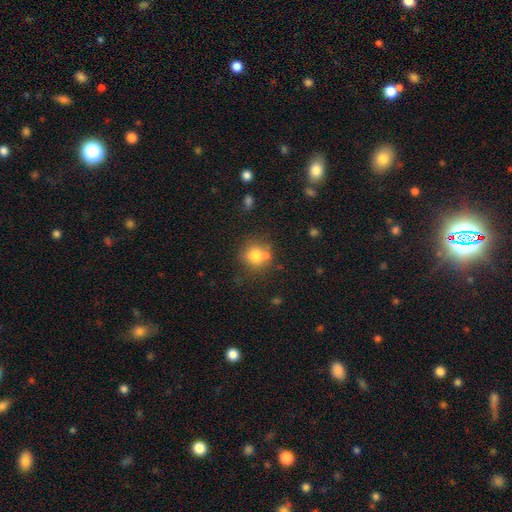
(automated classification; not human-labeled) Smooth or featured?
  - smooth: 75% *
  - featured or disk: 13%
  - star or artifact: 12%
How rounded?
  - round: 87% *
  - in between: 12%
  - cigar-shaped: 1%
Merging?
  - none: 59% *
  - merger: 24%
  - minor disturbance: 12%
  - major disturbance: 5%